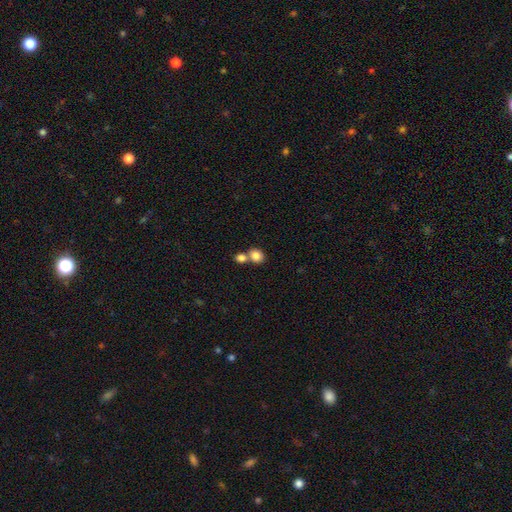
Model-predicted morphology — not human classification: Smooth or featured?
  - smooth: 84% *
  - star or artifact: 9%
  - featured or disk: 7%
How rounded?
  - round: 67% *
  - in between: 32%
  - cigar-shaped: 1%
Merging?
  - merger: 46% *
  - none: 44%
  - minor disturbance: 7%
  - major disturbance: 3%